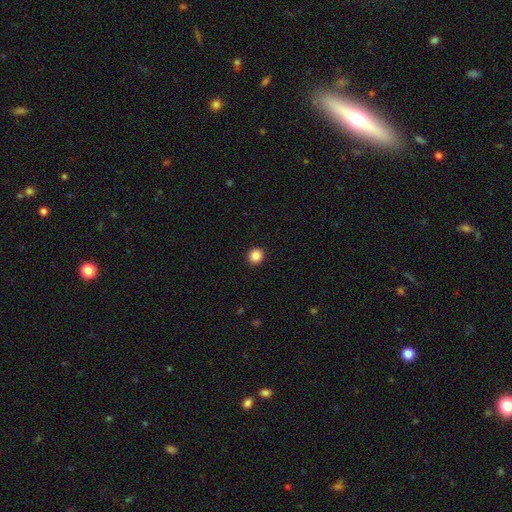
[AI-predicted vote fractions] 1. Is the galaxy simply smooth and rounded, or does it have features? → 87% smooth, 10% star or artifact, 3% featured or disk.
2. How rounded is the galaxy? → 88% round, 11% in between, 1% cigar-shaped.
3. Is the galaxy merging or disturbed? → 93% none, 5% minor disturbance, 2% major disturbance, 1% merger.